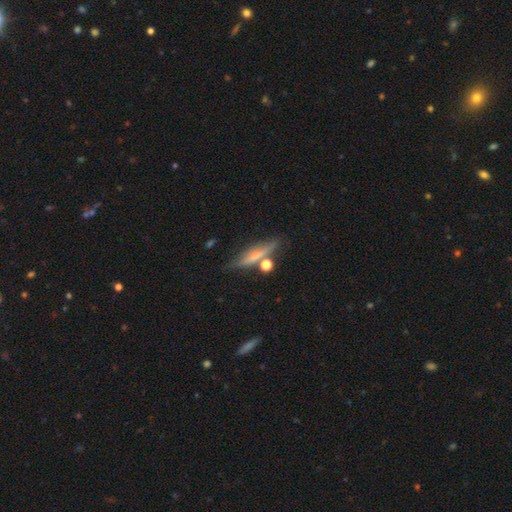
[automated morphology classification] This is possibly a smooth galaxy (49%). Merging: likely none (69%).